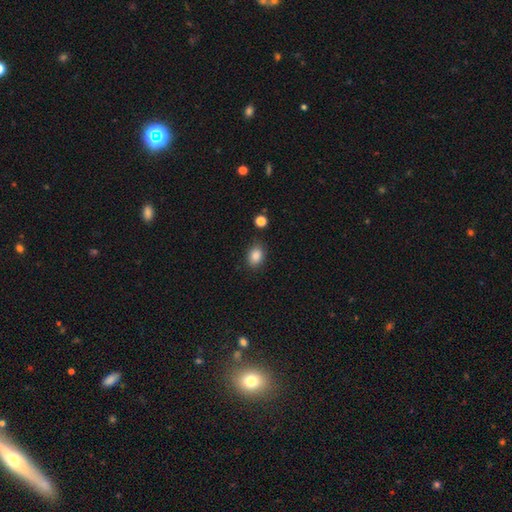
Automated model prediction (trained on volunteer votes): A smooth galaxy with no disk features (86%) that is in between round and cigar-shaped (71%).

Vote fractions:
- Smooth or featured? smooth: 86% / star or artifact: 10% / featured or disk: 4%
- How rounded? in between: 71% / round: 27% / cigar-shaped: 1%
- Merging? none: 83% / minor disturbance: 11% / major disturbance: 3% / merger: 3%